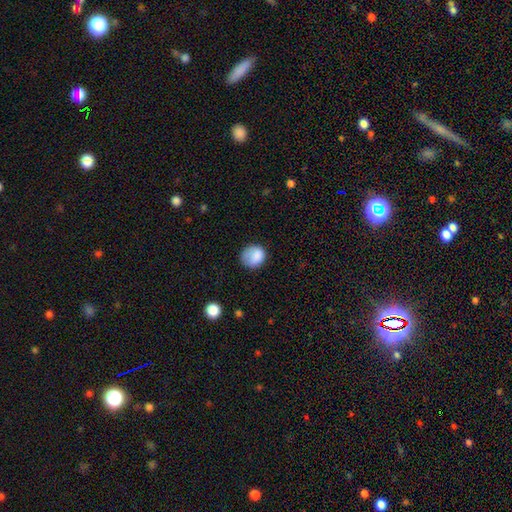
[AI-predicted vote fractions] Smooth or featured: smooth — 83% (star or artifact — 9%)
How rounded: round — 75% (in between — 24%)
Merging: none — 65% (minor disturbance — 23%)